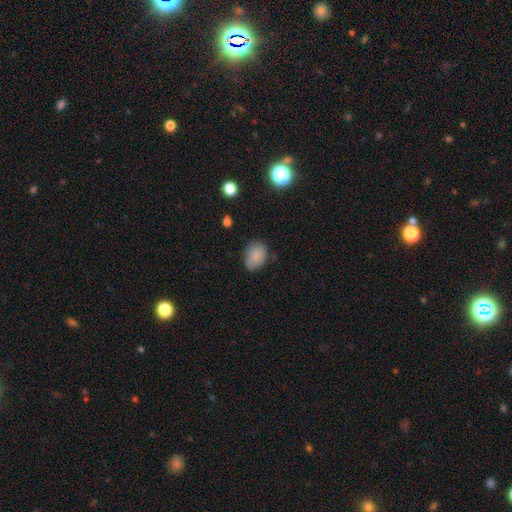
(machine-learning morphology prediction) This appears to be a smooth galaxy with no disk features (84%) that is in between round and cigar-shaped (70%). Merging: none (74%).